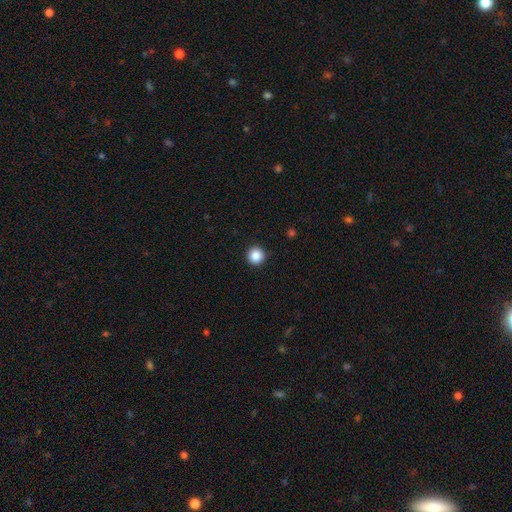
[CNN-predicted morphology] This is clearly a smooth galaxy (88%). How rounded: clearly round (96%). Merging: clearly none (93%).